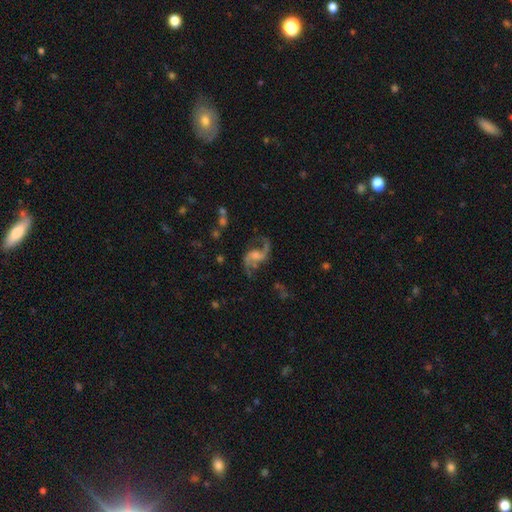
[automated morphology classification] Smooth or featured: featured or disk — 88% (star or artifact — 6%)
Edge-on disk: no — 98% (yes — 2%)
Bar: no — 49% (weak — 41%)
Spiral arms: yes — 96% (no — 4%)
Spiral winding: loose — 72% (medium — 24%)
Spiral arm count: 2 — 92% (1 — 3%)
Bulge size: moderate — 40% (small — 35%)
Merging: none — 66% (minor disturbance — 16%)